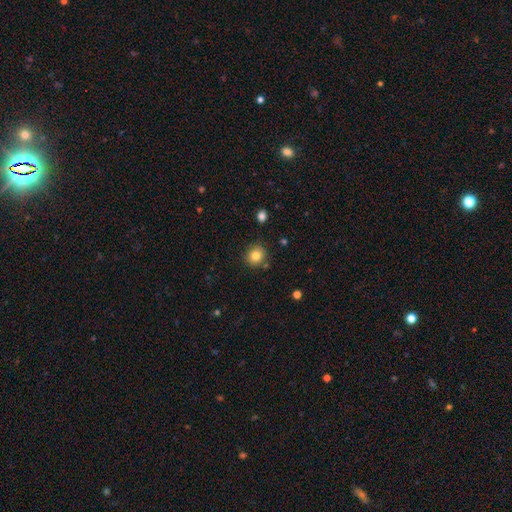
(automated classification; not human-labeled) Q: Smooth or featured?
A: smooth (81%); runner-up: star or artifact (11%)
Q: How rounded?
A: round (86%); runner-up: in between (13%)
Q: Merging?
A: none (84%); runner-up: minor disturbance (10%)